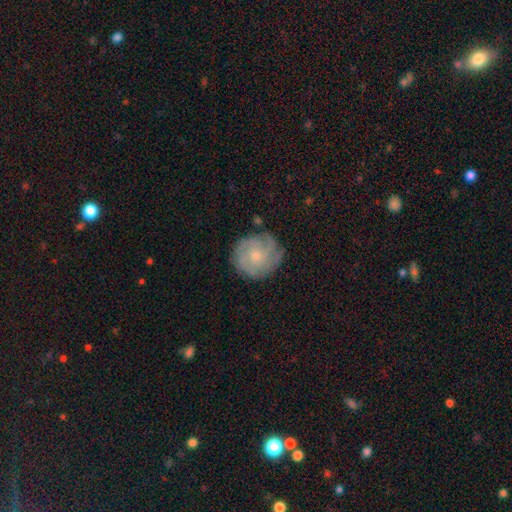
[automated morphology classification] Smooth or featured?
  - featured or disk: 66% *
  - smooth: 27%
  - star or artifact: 7%
Edge-on disk?
  - no: 98% *
  - yes: 2%
Bar?
  - no: 79% *
  - weak: 18%
  - strong: 2%
Spiral arms?
  - yes: 91% *
  - no: 9%
Spiral winding?
  - tight: 64% *
  - medium: 27%
  - loose: 8%
Spiral arm count?
  - can't tell: 36% *
  - 3: 22%
  - 4: 19%
  - 2: 10%
  - more than 4: 7%
  - 1: 6%
Bulge size?
  - small: 61% *
  - moderate: 34%
  - none: 3%
  - large: 1%
  - dominant: 1%
Merging?
  - none: 76% *
  - minor disturbance: 17%
  - major disturbance: 5%
  - merger: 2%